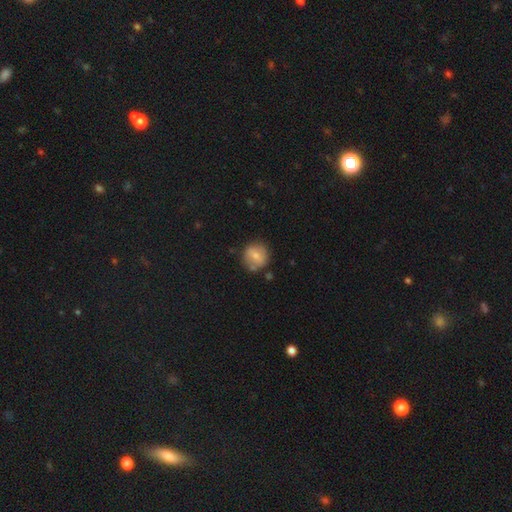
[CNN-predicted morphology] smooth_or_featured: smooth (p=0.66) [alt: featured or disk p=0.26]
how_rounded: round (p=0.85) [alt: in between p=0.14]
merging: none (p=0.73) [alt: minor disturbance p=0.16]